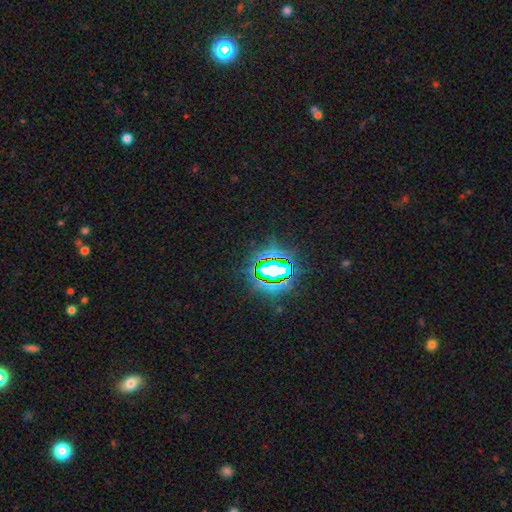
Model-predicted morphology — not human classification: smooth-or-featured: star or artifact: 81% | smooth: 13% | featured or disk: 7%